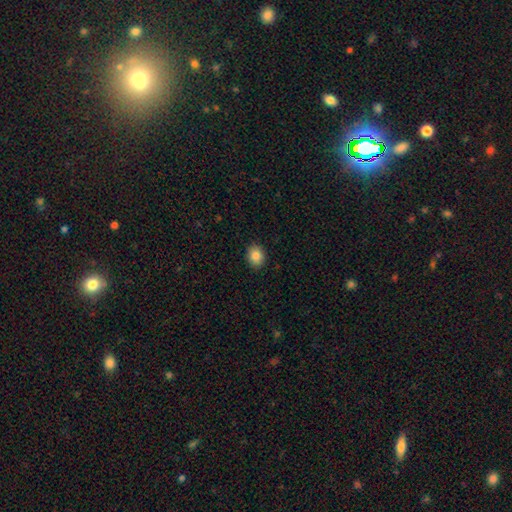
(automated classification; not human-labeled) Overall: smooth (85%). How rounded: round (57%; in between 42%). Merging: none (91%).